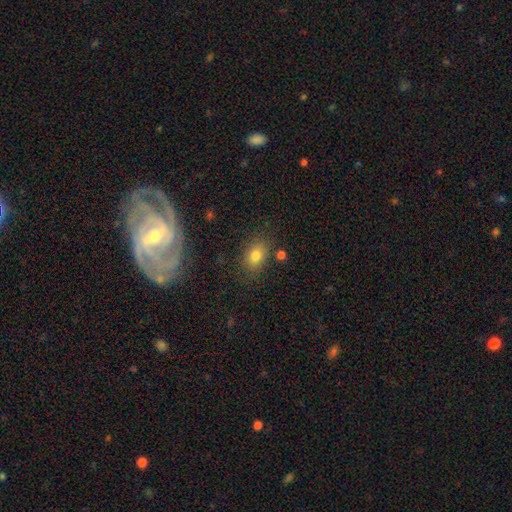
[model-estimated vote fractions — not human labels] A smooth galaxy with no disk features (79%) that is in between round and cigar-shaped (72%). Merging: none (78%).